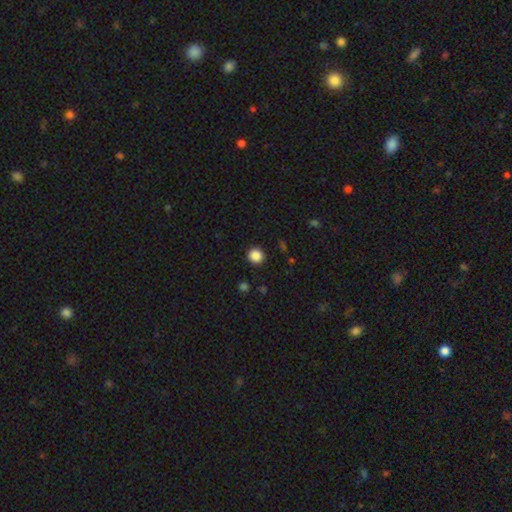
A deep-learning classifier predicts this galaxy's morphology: Overall: smooth (87%). How rounded: round (92%). Merging: none (92%).